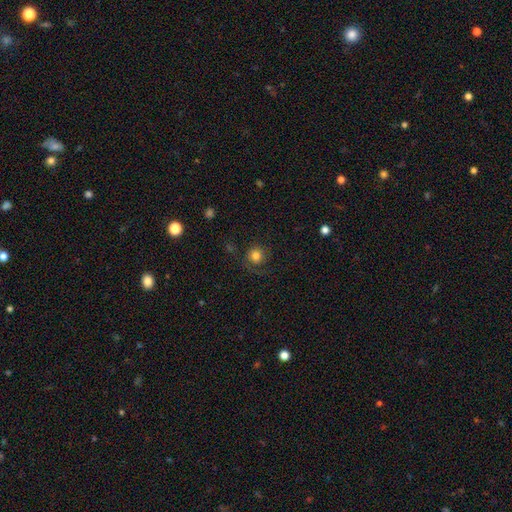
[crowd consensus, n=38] A smooth galaxy with no disk features (82%) that is round (100%). Merging: none (69%).